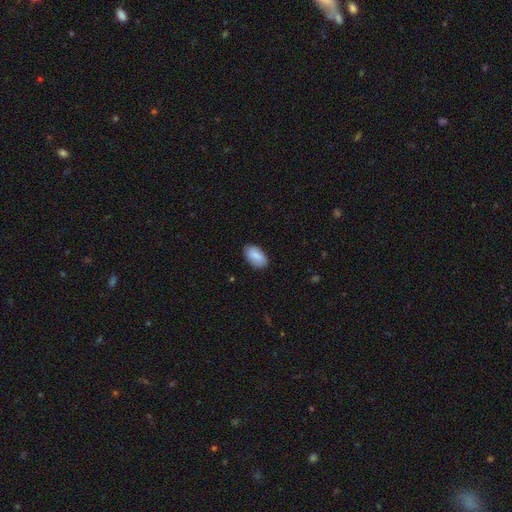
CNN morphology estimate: Smooth or featured: smooth — 86% (featured or disk — 8%)
How rounded: in between — 94% (round — 4%)
Merging: none — 84% (minor disturbance — 12%)